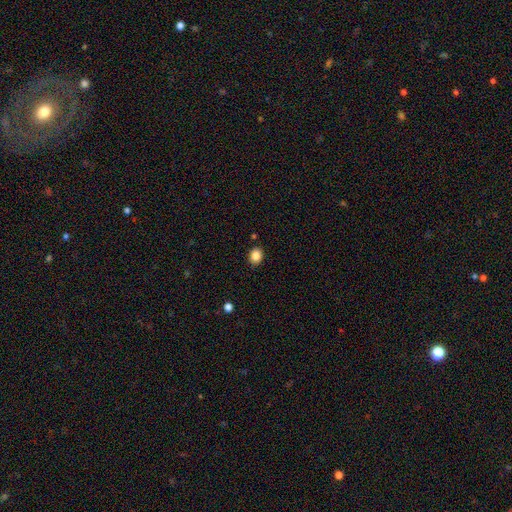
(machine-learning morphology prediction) Overall: smooth (85%). How rounded: round (54%; in between 45%). Merging: none (89%).